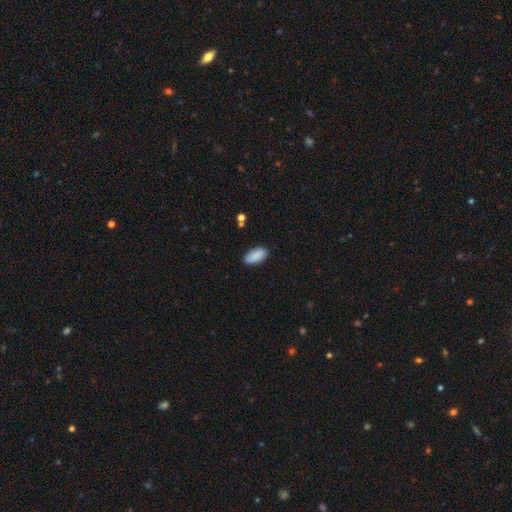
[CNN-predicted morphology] A smooth galaxy with no disk features (89%) that is in between round and cigar-shaped (92%).

Vote fractions:
- Smooth or featured? smooth: 89% / star or artifact: 7% / featured or disk: 4%
- How rounded? in between: 92% / cigar-shaped: 6% / round: 2%
- Merging? none: 86% / minor disturbance: 10% / major disturbance: 2% / merger: 1%